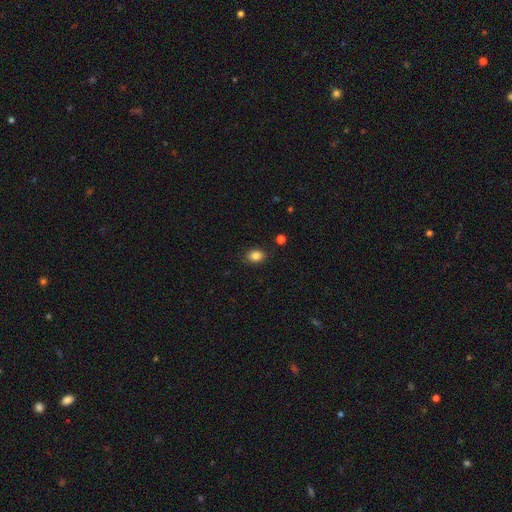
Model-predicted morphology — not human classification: Q: Smooth or featured?
A: smooth (85%); runner-up: star or artifact (10%)
Q: How rounded?
A: in between (71%); runner-up: round (28%)
Q: Merging?
A: none (87%); runner-up: minor disturbance (9%)